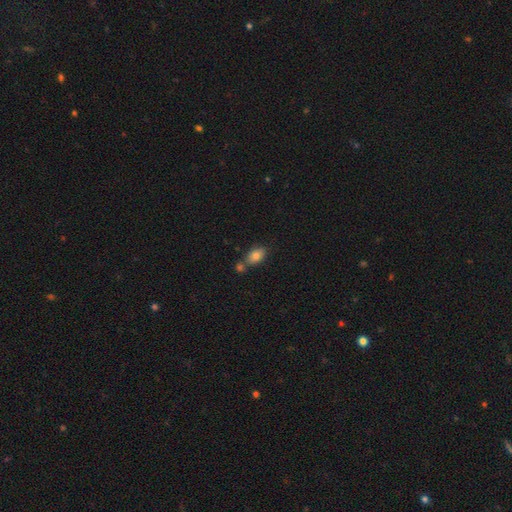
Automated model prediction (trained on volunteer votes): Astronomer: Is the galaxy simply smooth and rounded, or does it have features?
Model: smooth — 81%.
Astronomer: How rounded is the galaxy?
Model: in between — 87%.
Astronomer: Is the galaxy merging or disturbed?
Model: none — 58%.